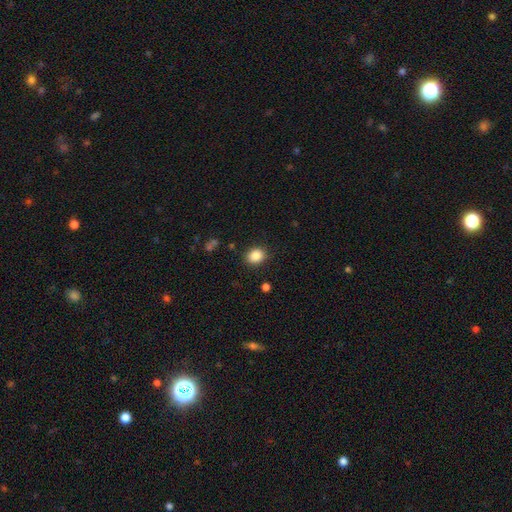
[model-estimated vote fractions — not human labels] This appears to be a smooth galaxy with no disk features (86%) that is round (59%). Merging: none (87%).